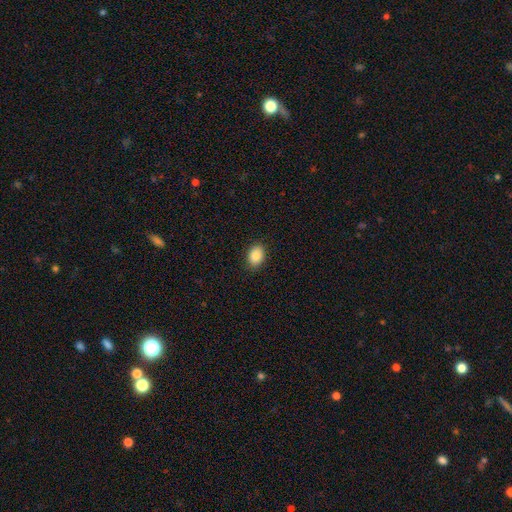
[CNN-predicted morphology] Smooth or featured: smooth — 88% (star or artifact — 8%)
How rounded: in between — 75% (round — 24%)
Merging: none — 89% (minor disturbance — 8%)